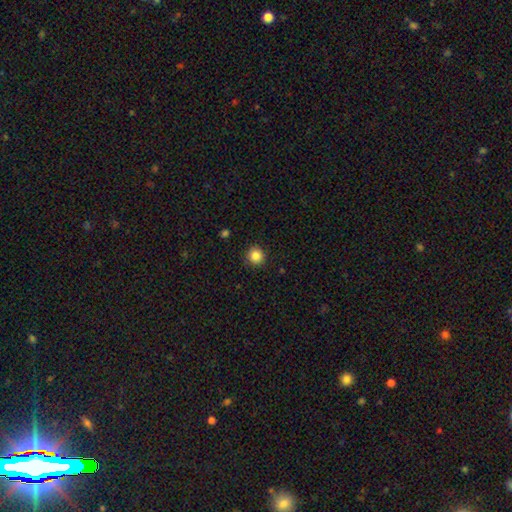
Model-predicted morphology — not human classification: Overall: smooth (85%). How rounded: round (94%). Merging: none (91%).